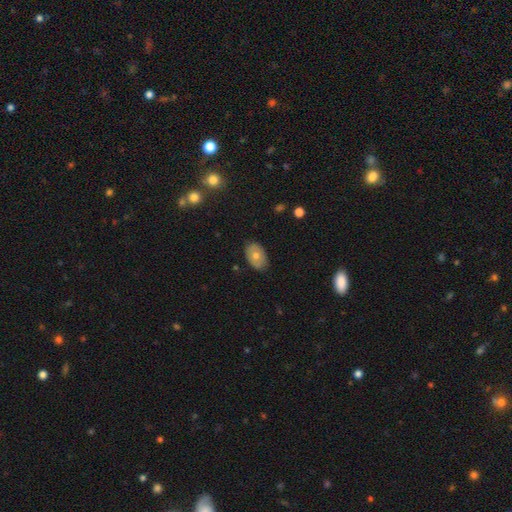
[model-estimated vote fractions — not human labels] This appears to be a smooth galaxy with no disk features (59%) that is in between round and cigar-shaped (85%). Merging: none (83%).